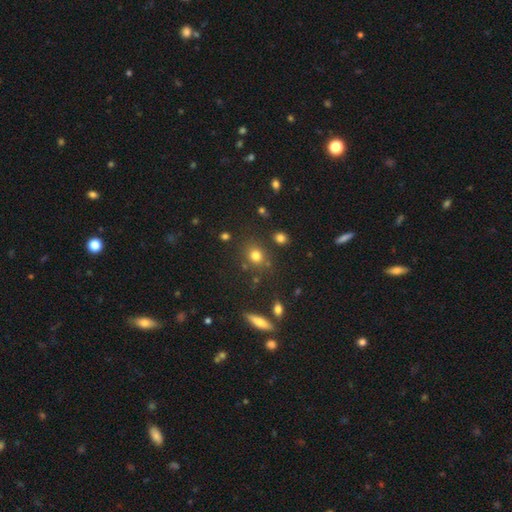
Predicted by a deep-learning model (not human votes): smooth-or-featured: smooth: 76% | star or artifact: 15% | featured or disk: 9%
  how-rounded: round: 71% | in between: 28% | cigar-shaped: 2%
  merging: none: 76% | minor disturbance: 12% | merger: 8% | major disturbance: 4%